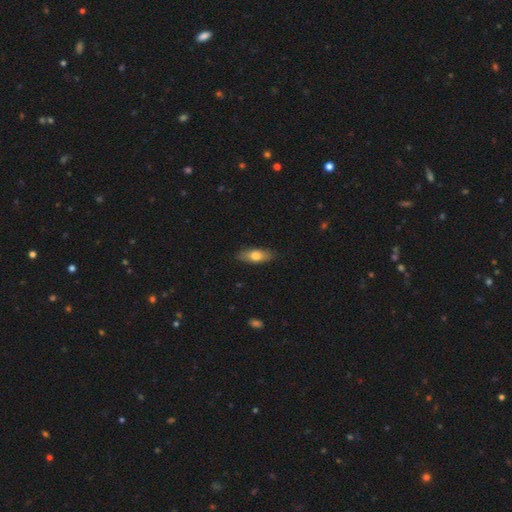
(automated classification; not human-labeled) A smooth galaxy with no disk features (71%) that is in between round and cigar-shaped (70%). Merging: none (87%).